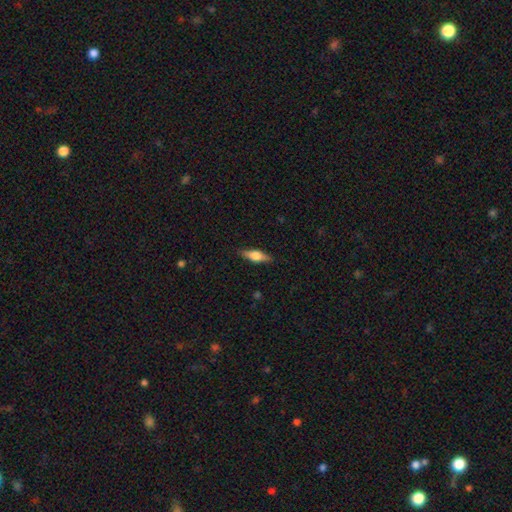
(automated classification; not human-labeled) A smooth galaxy with no disk features (49%). Merging: none (87%).